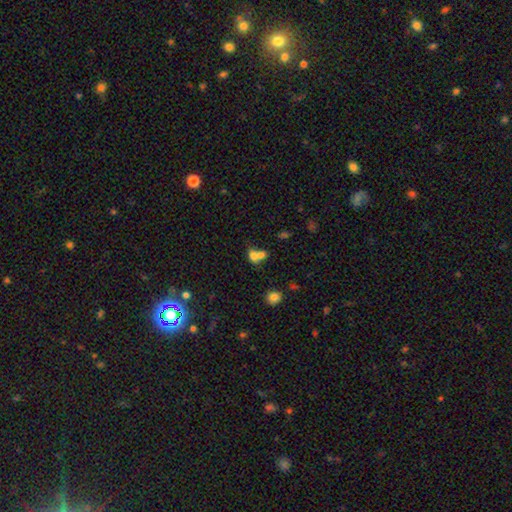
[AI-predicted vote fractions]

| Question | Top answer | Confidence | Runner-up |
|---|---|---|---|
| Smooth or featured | smooth | 71% | featured or disk (15%) |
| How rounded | in between | 52% | round (46%) |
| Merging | merger | 66% | none (23%) |